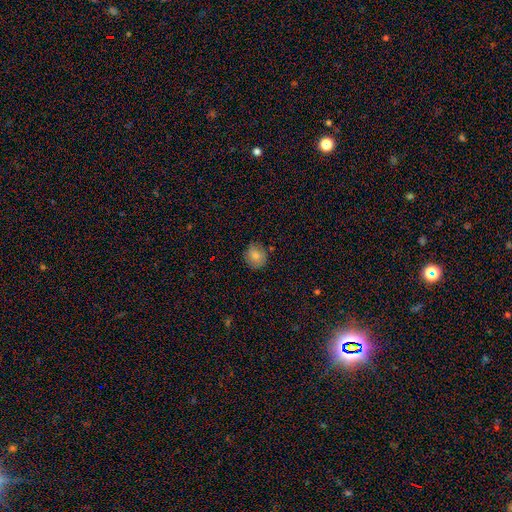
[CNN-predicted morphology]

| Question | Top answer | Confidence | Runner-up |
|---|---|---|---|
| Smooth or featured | smooth | 82% | featured or disk (10%) |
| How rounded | round | 81% | in between (18%) |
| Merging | none | 78% | minor disturbance (17%) |